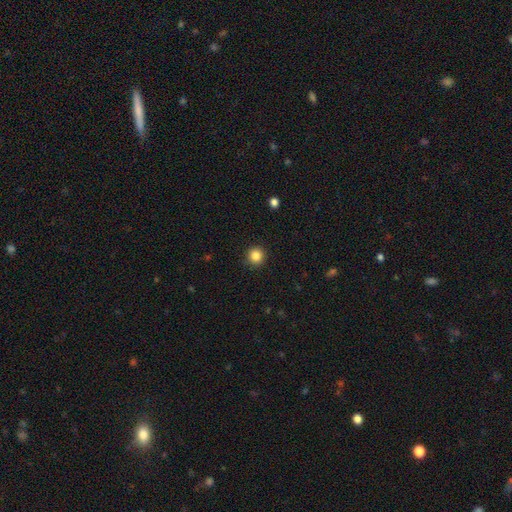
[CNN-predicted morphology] The model was most divided on "smooth or featured": smooth: 85%, star or artifact: 11%, featured or disk: 4%. More confident: how rounded — round (94%); merging — none (92%).